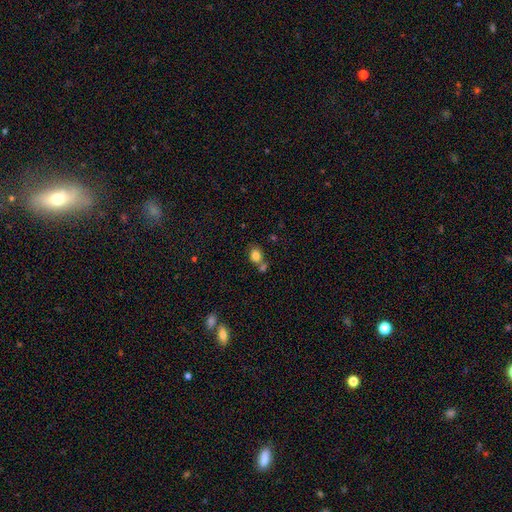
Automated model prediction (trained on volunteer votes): This is clearly a smooth galaxy (83%). How rounded: possibly in between (51%). Merging: possibly none (52%).